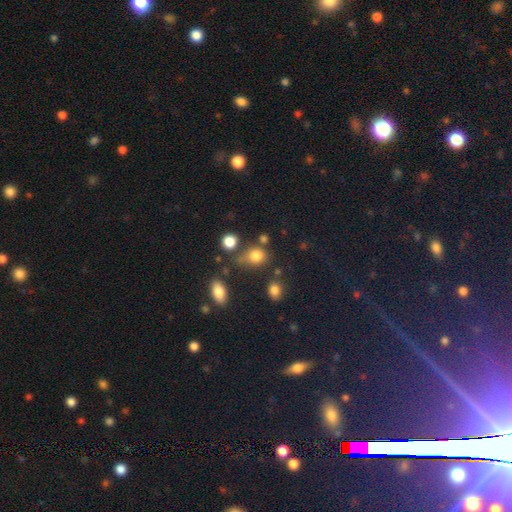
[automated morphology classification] This is likely a smooth galaxy (79%). How rounded: possibly round (52%). Merging: possibly none (54%).